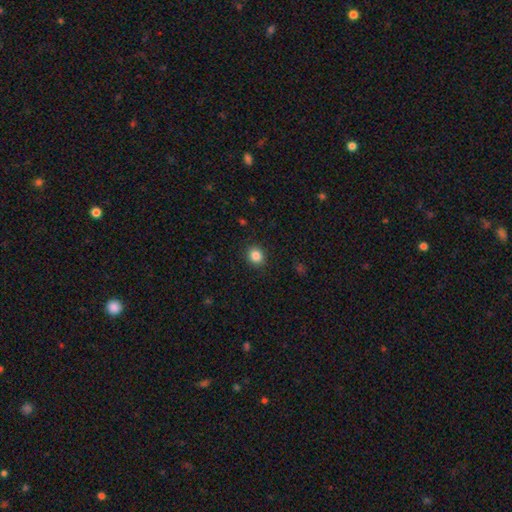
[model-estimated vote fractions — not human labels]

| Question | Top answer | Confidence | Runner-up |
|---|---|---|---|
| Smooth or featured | smooth | 86% | star or artifact (10%) |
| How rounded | round | 76% | in between (23%) |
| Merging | none | 90% | minor disturbance (7%) |